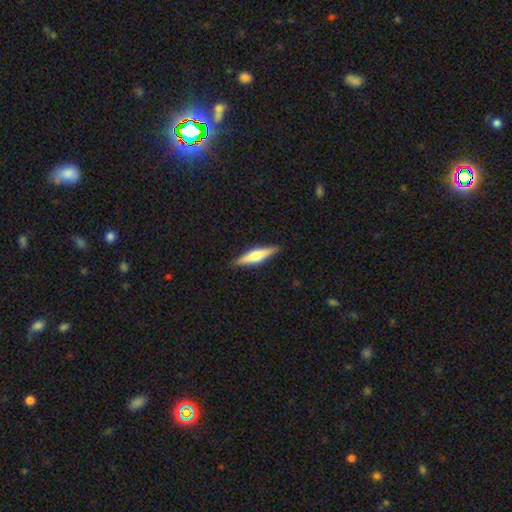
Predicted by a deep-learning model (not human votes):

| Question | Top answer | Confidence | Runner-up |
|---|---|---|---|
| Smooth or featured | featured or disk | 56% | smooth (38%) |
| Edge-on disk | yes | 97% | no (3%) |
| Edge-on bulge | rounded | 85% | boxy (9%) |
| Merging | none | 90% | minor disturbance (7%) |